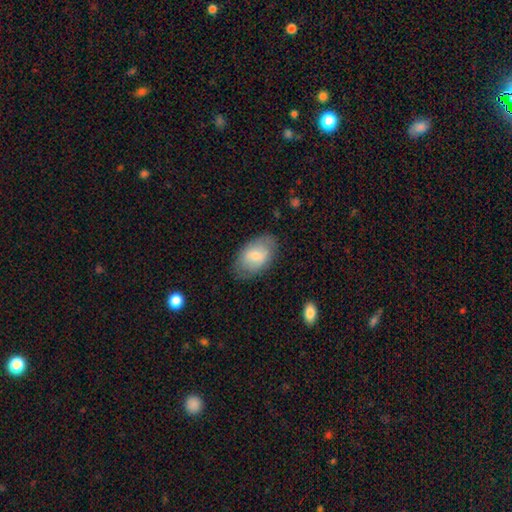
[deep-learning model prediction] Morphology: type=smooth (68%); roundness=in between (90%); merging=none (78%).